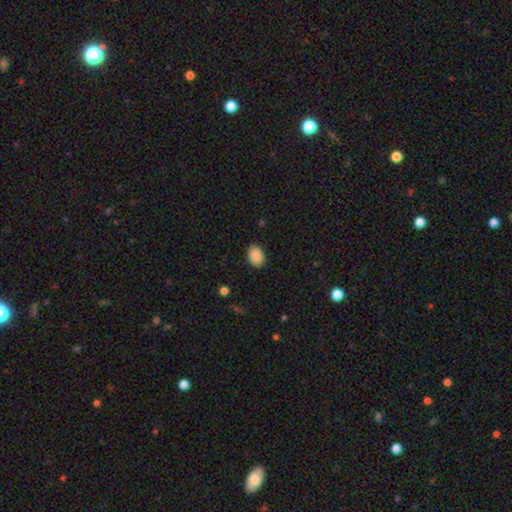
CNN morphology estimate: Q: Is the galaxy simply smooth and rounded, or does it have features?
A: smooth — 90%.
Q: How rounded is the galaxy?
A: in between — 78%.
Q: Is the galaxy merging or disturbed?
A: none — 87%.